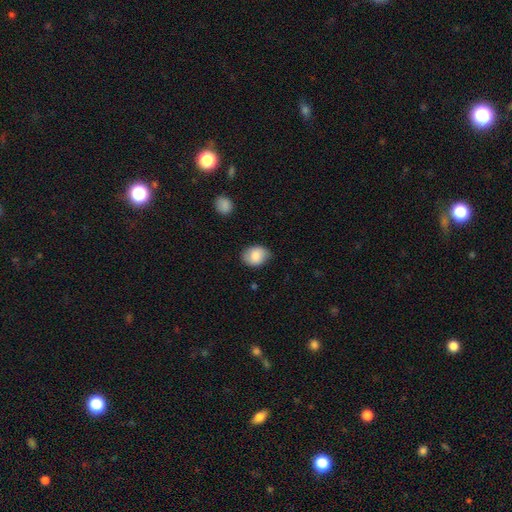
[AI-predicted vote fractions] A smooth galaxy with no disk features (82%) that is in between round and cigar-shaped (62%). Merging: none (77%).